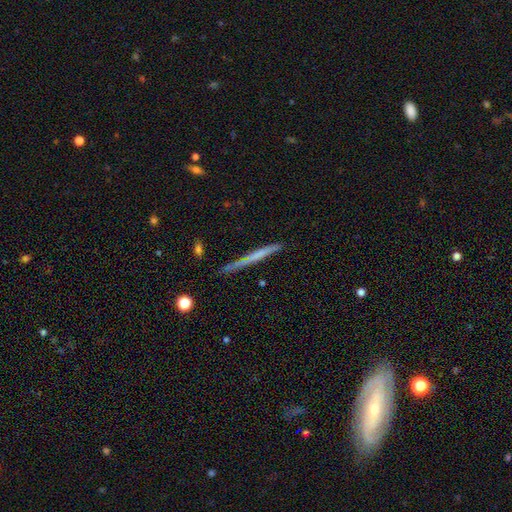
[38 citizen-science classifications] smooth-or-featured: featured or disk: 58% | smooth: 39% | star or artifact: 3%
  disk-edge-on: yes: 100% | no: 0%
    edge-on-bulge: none: 100% | boxy: 0% | rounded: 0%
  merging: none: 84% | minor disturbance: 5% | major disturbance: 5% | merger: 5%